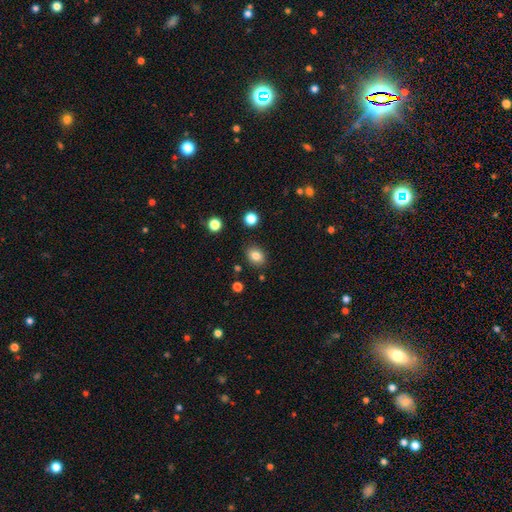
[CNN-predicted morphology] Overall: smooth (82%). How rounded: in between (58%; round 41%). Merging: none (85%).